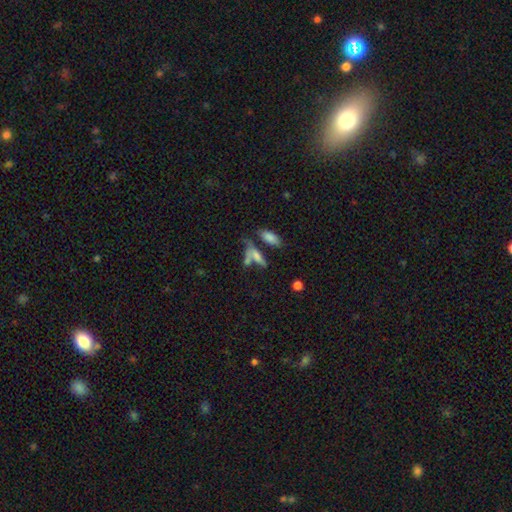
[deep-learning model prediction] Smooth or featured: smooth — 61% (featured or disk — 27%)
How rounded: in between — 51% (cigar-shaped — 45%)
Merging: none — 42% (merger — 33%)